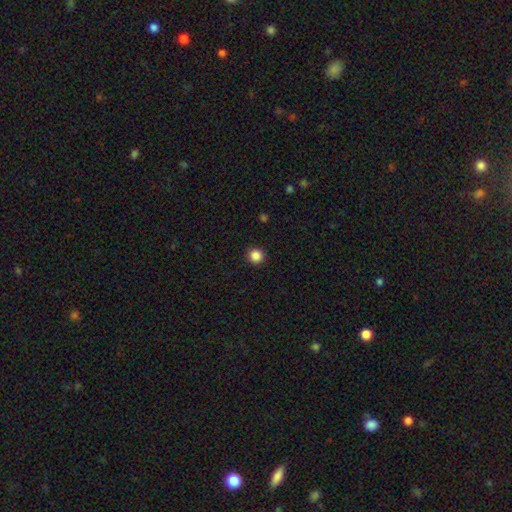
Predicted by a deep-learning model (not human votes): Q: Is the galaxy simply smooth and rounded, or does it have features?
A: smooth — 86%.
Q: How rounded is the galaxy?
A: round — 94%.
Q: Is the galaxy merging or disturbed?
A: none — 93%.